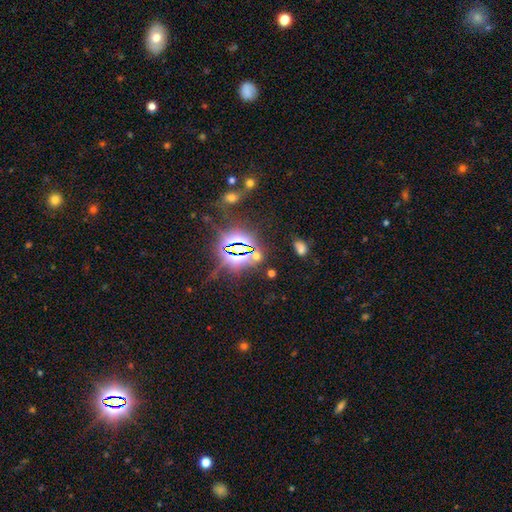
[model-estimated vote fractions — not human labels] The model was most divided on "smooth or featured": star or artifact: 71%, smooth: 22%, featured or disk: 8%.